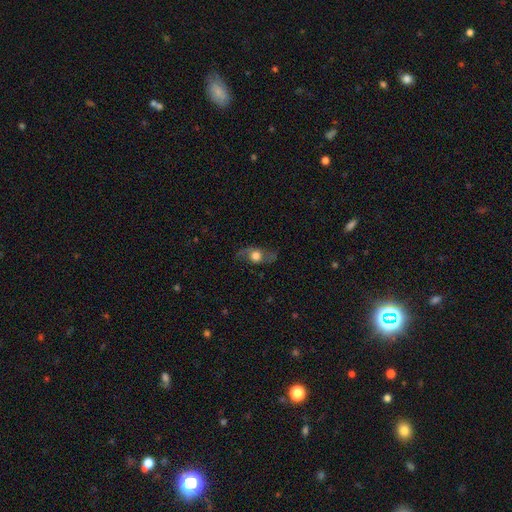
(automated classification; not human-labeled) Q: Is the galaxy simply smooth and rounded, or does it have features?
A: featured or disk — 55%.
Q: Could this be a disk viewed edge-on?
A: no — 73%.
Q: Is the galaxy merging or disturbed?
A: none — 71%.